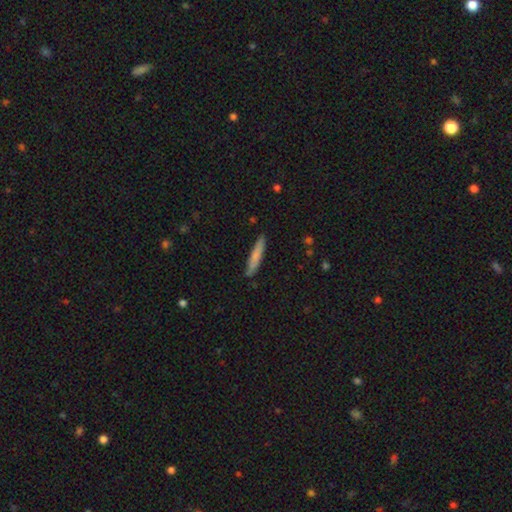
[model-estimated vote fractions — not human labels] Smooth or featured? Predicted: smooth (p=0.77). How rounded? Predicted: cigar-shaped (p=0.91). Merging? Predicted: none (p=0.84).